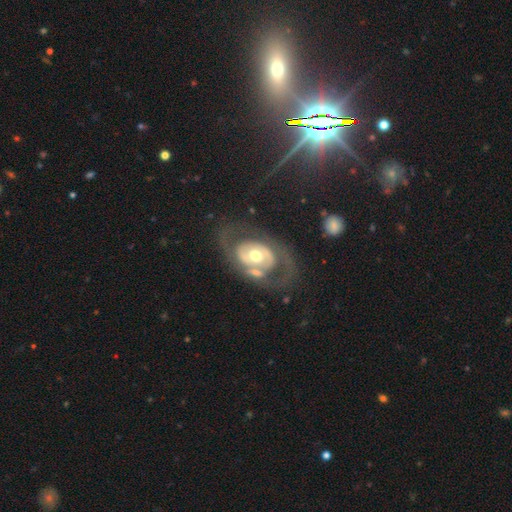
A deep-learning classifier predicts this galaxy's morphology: The model was most divided on "spiral arms": yes: 65%, no: 35%. More confident: edge-on disk — no (95%); smooth or featured — featured or disk (78%); bulge size — moderate (72%); bar — no (67%); merging — none (56%).